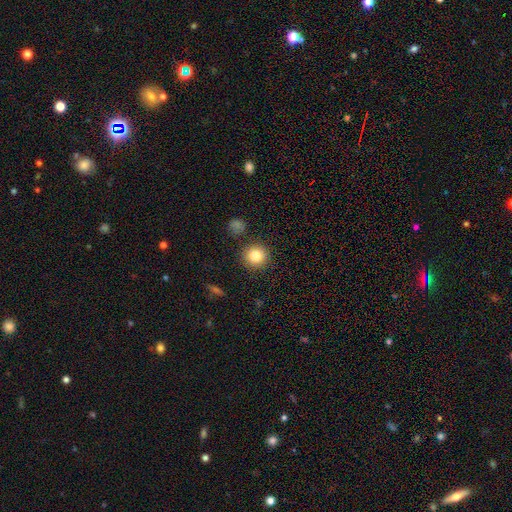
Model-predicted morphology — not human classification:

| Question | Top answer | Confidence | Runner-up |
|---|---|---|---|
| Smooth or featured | smooth | 84% | star or artifact (10%) |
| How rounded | round | 93% | in between (6%) |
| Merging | none | 87% | minor disturbance (7%) |